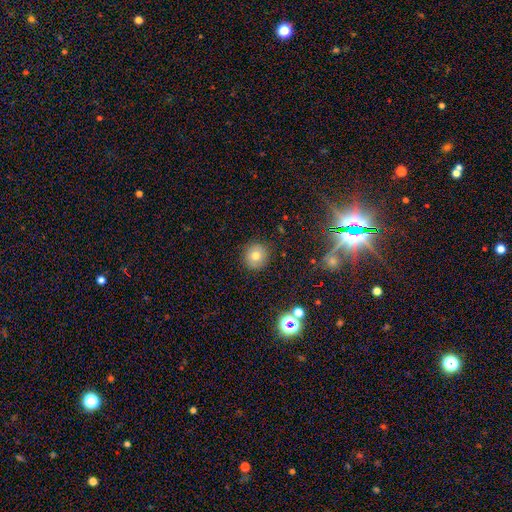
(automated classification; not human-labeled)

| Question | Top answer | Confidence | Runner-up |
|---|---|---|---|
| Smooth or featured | smooth | 75% | star or artifact (13%) |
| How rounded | round | 90% | in between (9%) |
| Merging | none | 89% | minor disturbance (7%) |